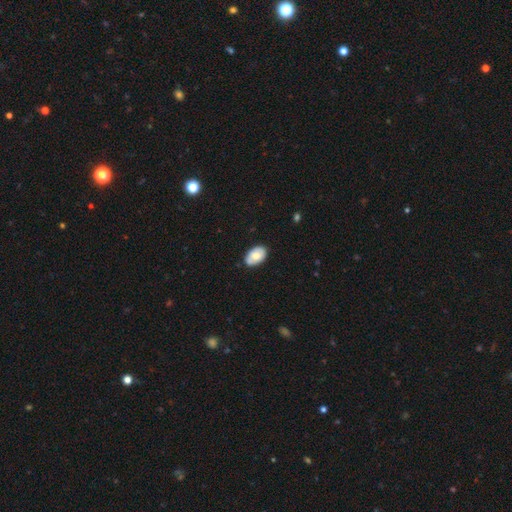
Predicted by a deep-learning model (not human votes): A smooth galaxy with no disk features (69%) that is in between round and cigar-shaped (91%).

Vote fractions:
- Smooth or featured? smooth: 69% / featured or disk: 24% / star or artifact: 7%
- How rounded? in between: 91% / round: 8% / cigar-shaped: 1%
- Merging? none: 80% / minor disturbance: 16% / major disturbance: 2% / merger: 1%